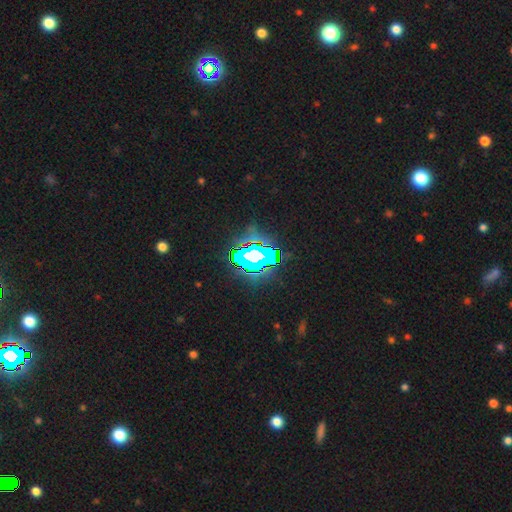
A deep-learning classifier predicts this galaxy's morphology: smooth-or-featured: star or artifact: 67% | featured or disk: 18% | smooth: 15%